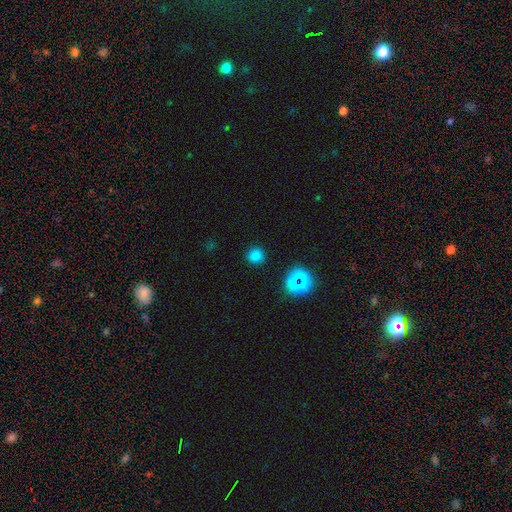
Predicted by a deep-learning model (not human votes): The model was most divided on "smooth or featured": smooth: 78%, star or artifact: 18%, featured or disk: 4%. More confident: how rounded — round (93%); merging — none (91%).